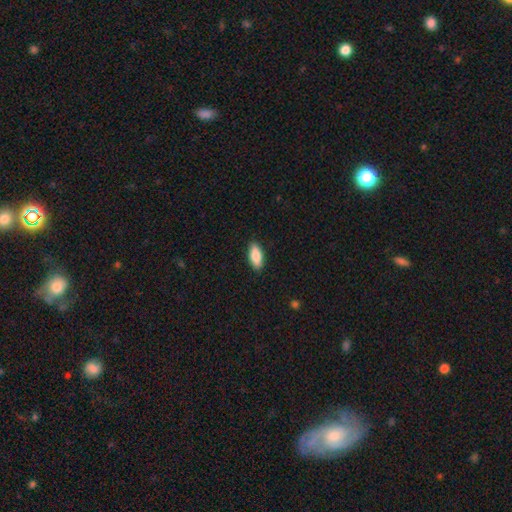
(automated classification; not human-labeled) smooth 85%, featured or disk 9%, star or artifact 6%. Down the decision tree: how rounded — in between (82%); merging — none (89%).